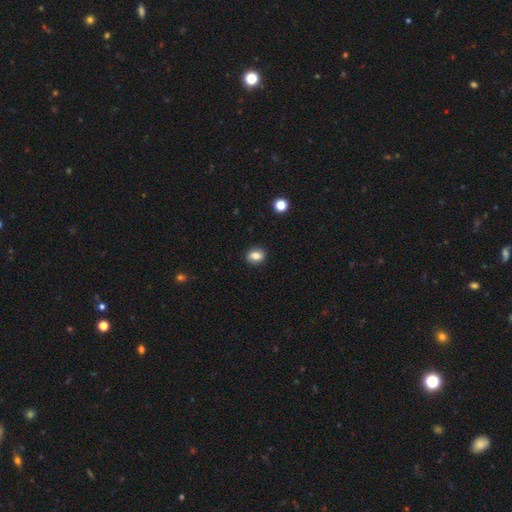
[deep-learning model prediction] Smooth or featured? Predicted: smooth (p=0.75). How rounded? Predicted: in between (p=0.52). Merging? Predicted: none (p=0.87).